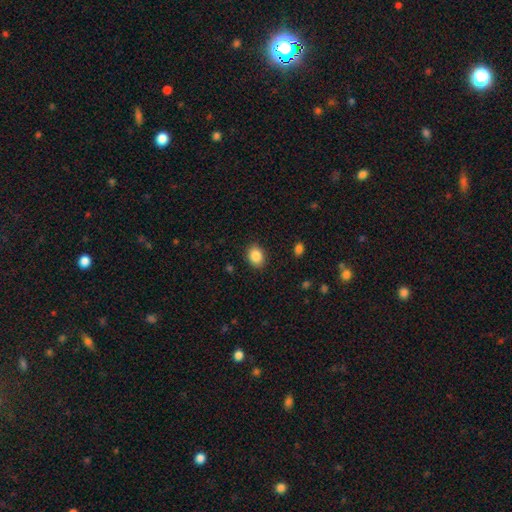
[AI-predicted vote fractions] This appears to be a smooth galaxy with no disk features (87%) that is in between round and cigar-shaped (67%). Merging: none (88%).